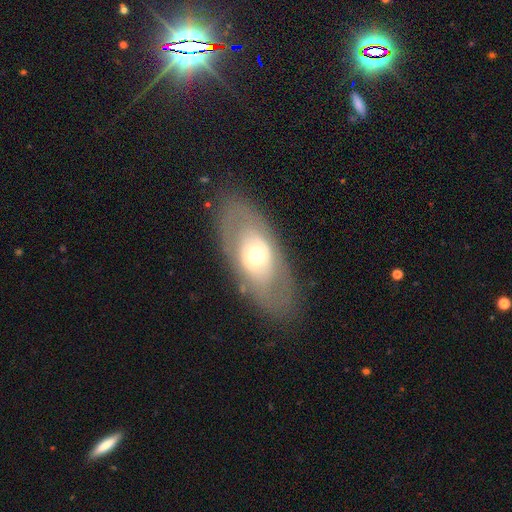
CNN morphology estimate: Smooth or featured: featured or disk — 55% (smooth — 38%)
Edge-on disk: no — 84% (yes — 16%)
Merging: none — 80% (minor disturbance — 12%)